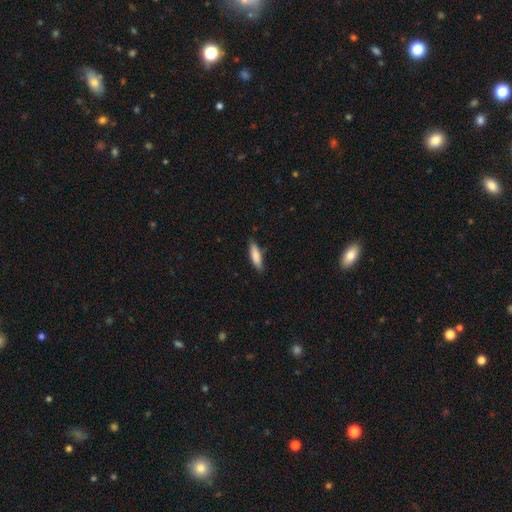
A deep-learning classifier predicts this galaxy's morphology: smooth-or-featured: smooth: 83% | featured or disk: 11% | star or artifact: 6%
  how-rounded: cigar-shaped: 61% | in between: 38% | round: 1%
  merging: none: 83% | minor disturbance: 13% | major disturbance: 2% | merger: 1%